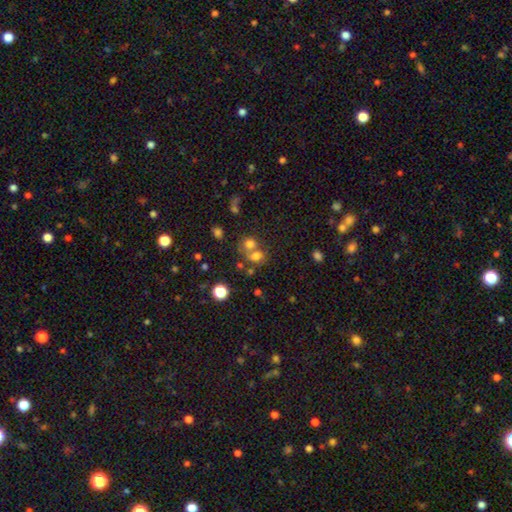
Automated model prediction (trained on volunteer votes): Smooth or featured? Predicted: smooth (p=0.69). How rounded? Predicted: round (p=0.69). Merging? Predicted: merger (p=0.52).